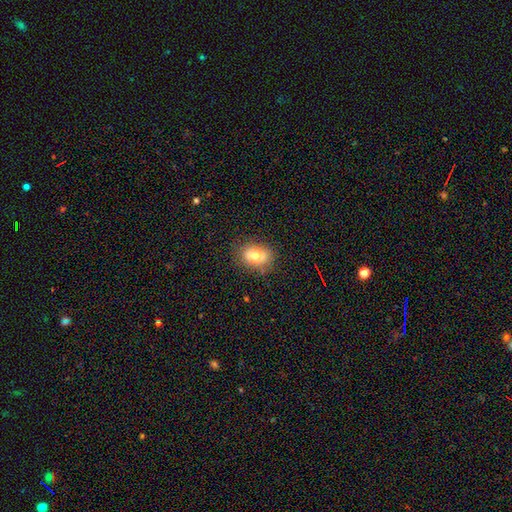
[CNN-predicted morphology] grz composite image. It shows a smooth galaxy with no disk features (72%) that is in between round and cigar-shaped (70%). Merging: none (81%).